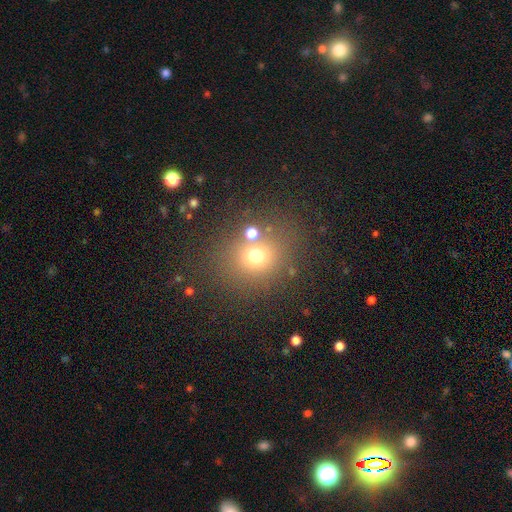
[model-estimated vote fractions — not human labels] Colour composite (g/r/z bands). It shows a smooth galaxy with no disk features (68%) that is round (78%). Merging: none (73%).